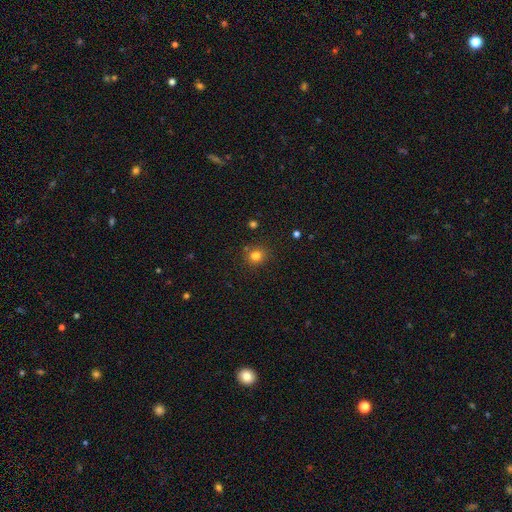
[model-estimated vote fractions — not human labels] Smooth or featured?
  - smooth: 80% *
  - star or artifact: 14%
  - featured or disk: 6%
How rounded?
  - round: 83% *
  - in between: 16%
  - cigar-shaped: 1%
Merging?
  - none: 83% *
  - minor disturbance: 10%
  - merger: 4%
  - major disturbance: 3%